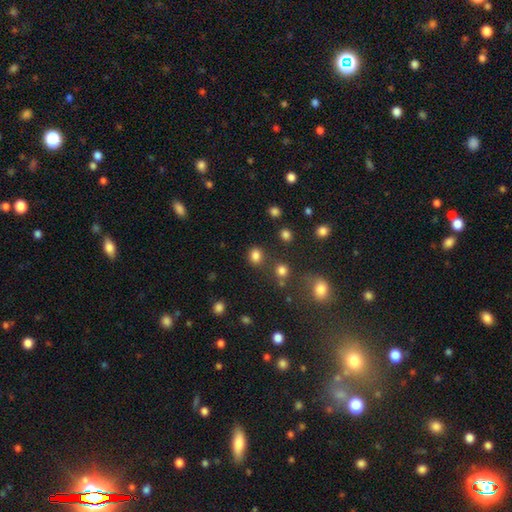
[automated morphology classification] Smooth or featured: smooth — 82% (star or artifact — 14%)
How rounded: round — 66% (in between — 33%)
Merging: none — 78% (minor disturbance — 10%)